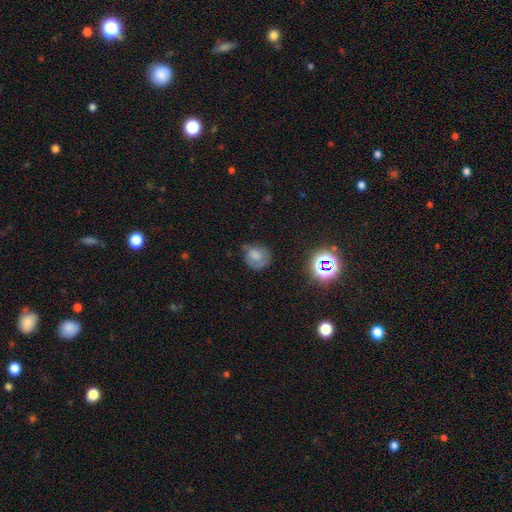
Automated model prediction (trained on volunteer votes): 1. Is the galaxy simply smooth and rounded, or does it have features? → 63% smooth, 23% featured or disk, 14% star or artifact.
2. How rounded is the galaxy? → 71% round, 28% in between, 1% cigar-shaped.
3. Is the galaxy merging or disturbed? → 50% none, 33% minor disturbance, 15% major disturbance, 2% merger.